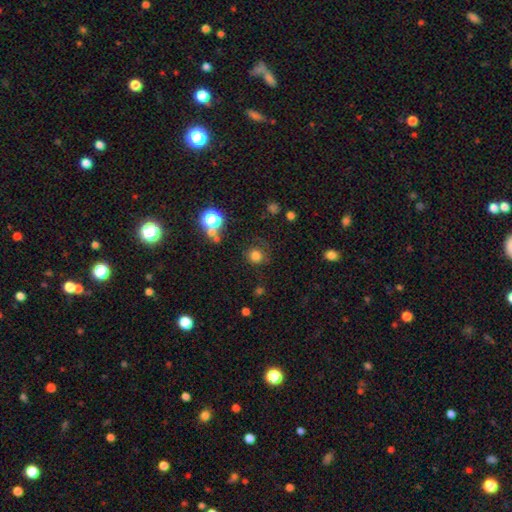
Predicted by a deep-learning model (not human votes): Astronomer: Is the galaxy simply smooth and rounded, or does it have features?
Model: smooth — 77%.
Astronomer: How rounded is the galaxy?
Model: round — 90%.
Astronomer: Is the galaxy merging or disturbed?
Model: none — 75%.